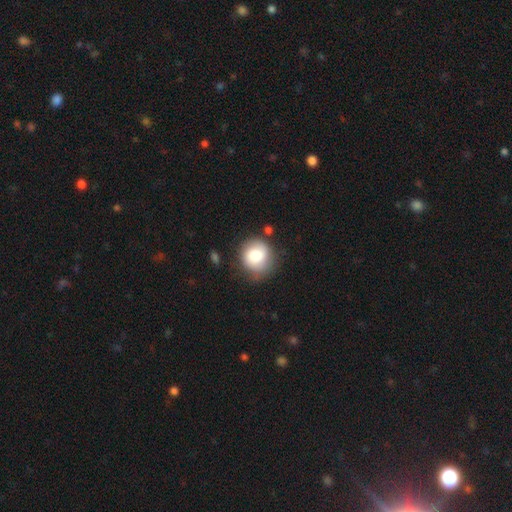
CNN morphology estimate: smooth-or-featured: smooth: 78% | featured or disk: 15% | star or artifact: 7%
  how-rounded: round: 88% | in between: 11% | cigar-shaped: 1%
  merging: none: 68% | minor disturbance: 21% | major disturbance: 7% | merger: 4%